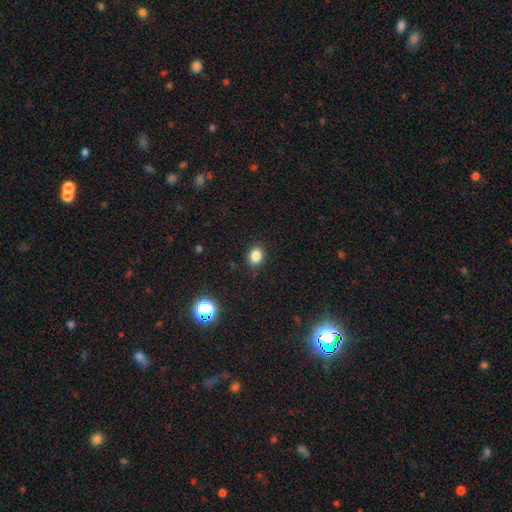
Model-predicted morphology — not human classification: A smooth galaxy with no disk features (83%) that is round (50%). Merging: none (88%).